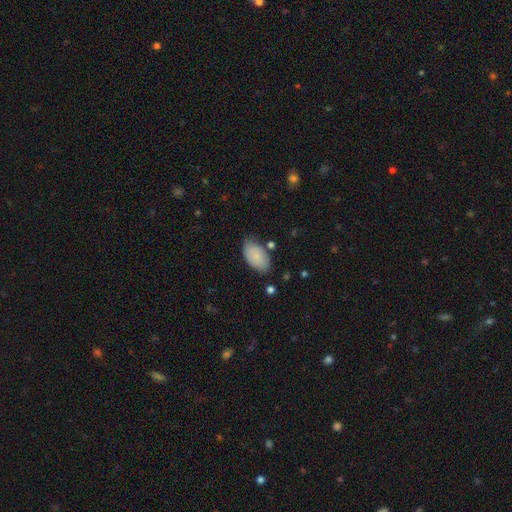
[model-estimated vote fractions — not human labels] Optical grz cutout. It shows a smooth galaxy with no disk features (82%) that is in between round and cigar-shaped (95%). Merging: none (73%).